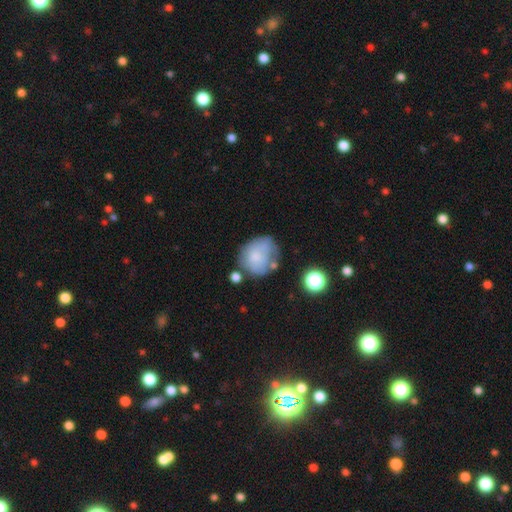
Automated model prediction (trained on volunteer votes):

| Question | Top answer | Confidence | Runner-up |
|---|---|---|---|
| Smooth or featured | smooth | 65% | featured or disk (25%) |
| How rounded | round | 68% | in between (31%) |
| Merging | none | 48% | minor disturbance (27%) |